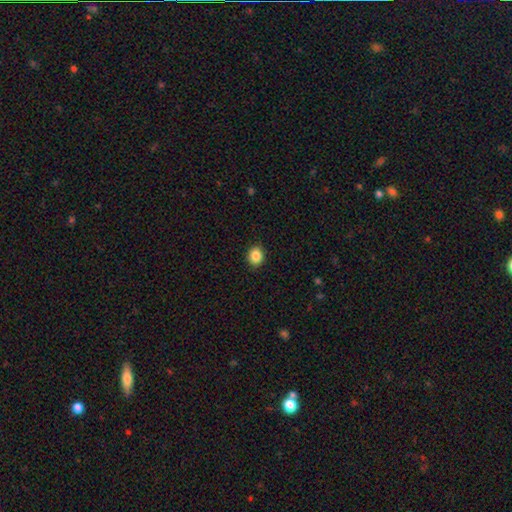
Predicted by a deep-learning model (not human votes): Smooth or featured? Predicted: smooth (p=0.86). How rounded? Predicted: round (p=0.64). Merging? Predicted: none (p=0.90).